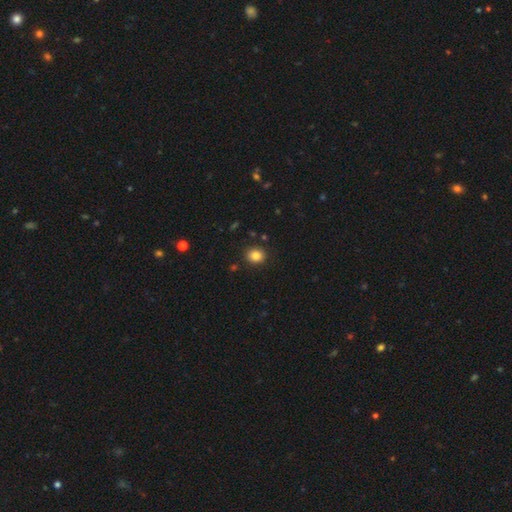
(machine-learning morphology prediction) This is clearly a smooth galaxy (84%). How rounded: likely round (71%). Merging: clearly none (89%).